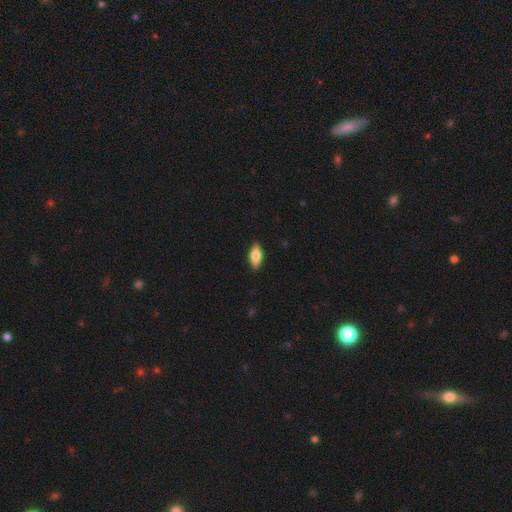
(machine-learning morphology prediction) Smooth or featured?
  - smooth: 65% *
  - featured or disk: 28%
  - star or artifact: 7%
How rounded?
  - in between: 79% *
  - cigar-shaped: 17%
  - round: 4%
Merging?
  - none: 88% *
  - minor disturbance: 9%
  - major disturbance: 2%
  - merger: 1%